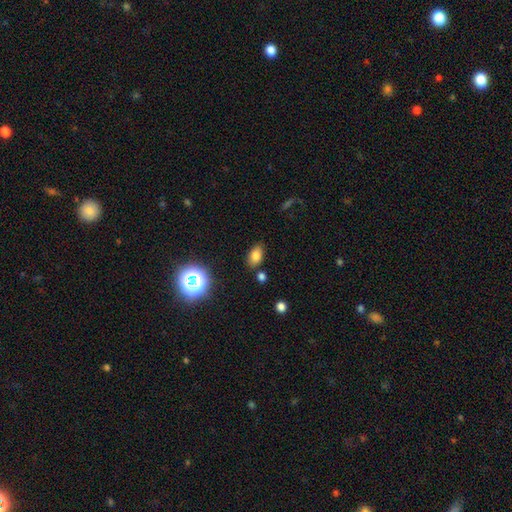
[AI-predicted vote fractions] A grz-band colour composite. It shows a smooth galaxy with no disk features (76%) that is in between round and cigar-shaped (86%). Merging: none (81%).